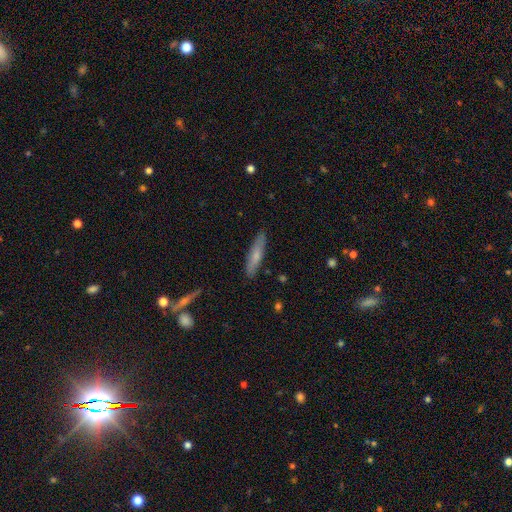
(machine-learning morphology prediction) This appears to be a smooth galaxy with no disk features (69%) that is cigar-shaped (83%). Merging: none (86%).